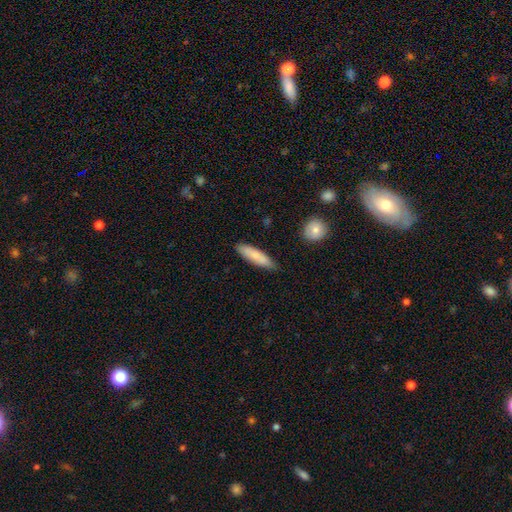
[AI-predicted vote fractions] A smooth galaxy with no disk features (79%) that is cigar-shaped (72%). Merging: none (82%).